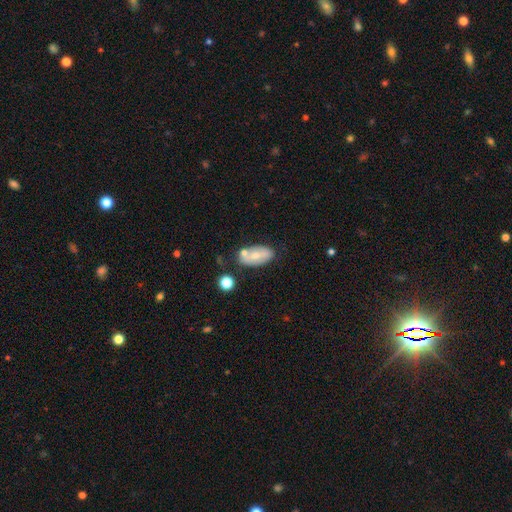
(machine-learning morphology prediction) smooth 55%, featured or disk 37%, star or artifact 8%. Down the decision tree: how rounded — in between (91%); merging — none (61%).